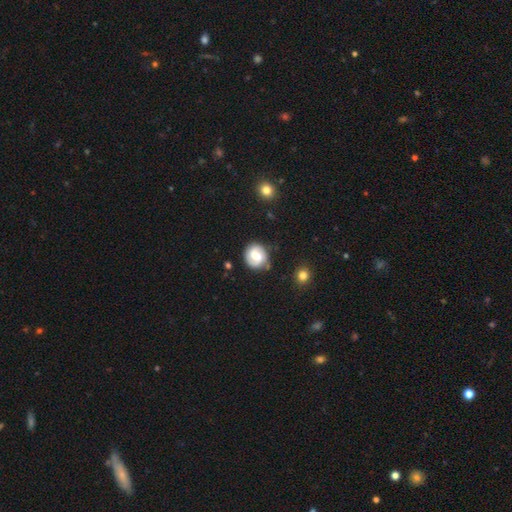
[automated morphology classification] The model was most divided on "bar": weak: 51%, no: 30%, strong: 19%. More confident: edge-on disk — no (98%); spiral arms — yes (85%); merging — none (78%); bulge size — moderate (66%); smooth or featured — featured or disk (58%).